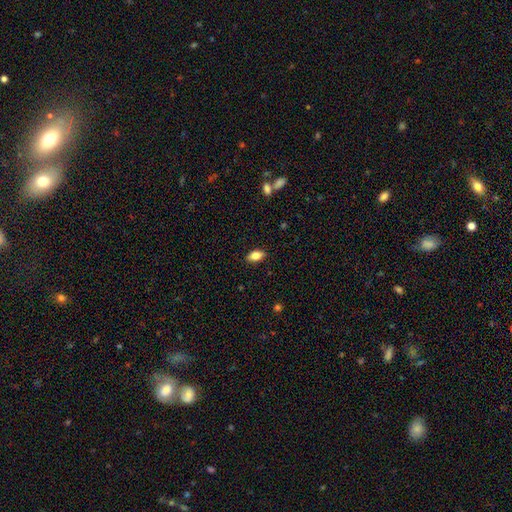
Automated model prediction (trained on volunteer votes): Smooth or featured?
  - smooth: 82% *
  - featured or disk: 10%
  - star or artifact: 8%
How rounded?
  - in between: 90% *
  - cigar-shaped: 5%
  - round: 5%
Merging?
  - none: 88% *
  - minor disturbance: 9%
  - major disturbance: 2%
  - merger: 1%